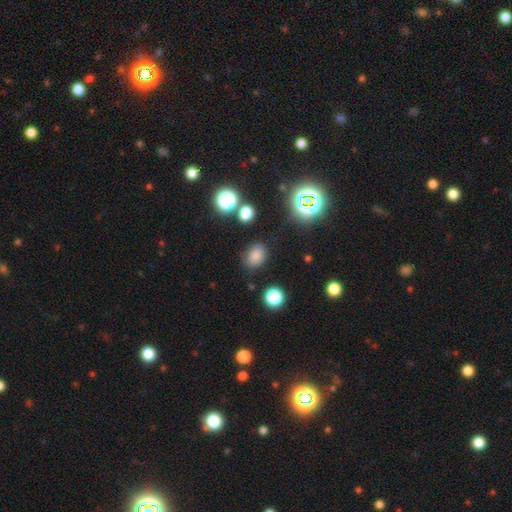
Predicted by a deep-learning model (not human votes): Smooth or featured: smooth — 79% (star or artifact — 16%)
How rounded: in between — 62% (round — 37%)
Merging: none — 79% (minor disturbance — 13%)